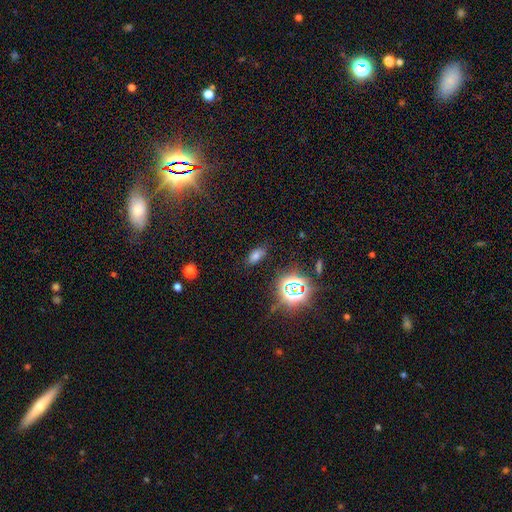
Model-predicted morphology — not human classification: Smooth or featured? smooth (62%)
How rounded? in between (87%)
Merging? none (83%)